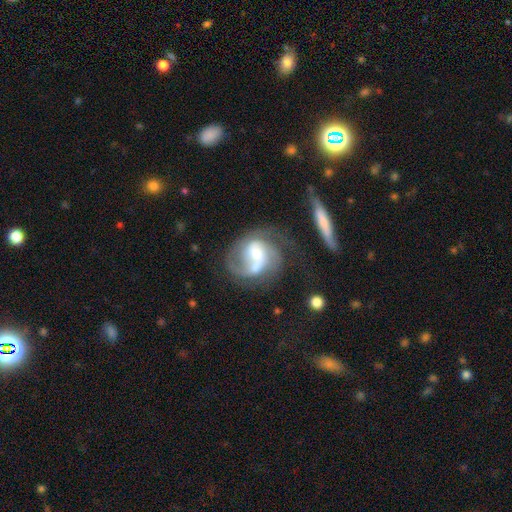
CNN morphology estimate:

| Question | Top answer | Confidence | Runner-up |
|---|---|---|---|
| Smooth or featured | featured or disk | 76% | smooth (17%) |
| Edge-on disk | no | 98% | yes (2%) |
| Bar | no | 52% | weak (38%) |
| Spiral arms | yes | 88% | no (12%) |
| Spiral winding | medium | 45% | loose (30%) |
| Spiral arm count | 2 | 49% | 1 (23%) |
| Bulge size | moderate | 45% | small (34%) |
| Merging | none | 39% | major disturbance (24%) |